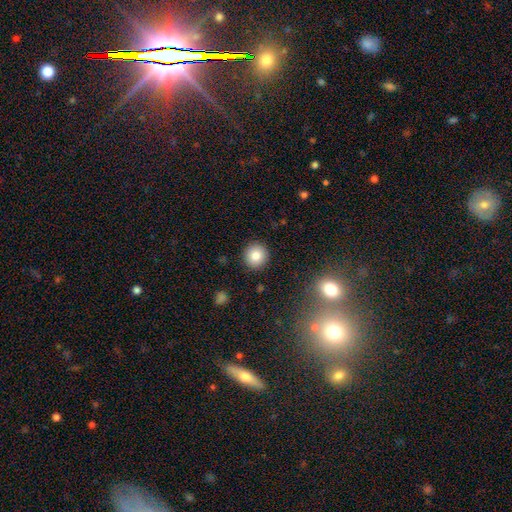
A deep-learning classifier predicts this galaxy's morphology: smooth 83%, star or artifact 10%, featured or disk 7%. Down the decision tree: how rounded — round (92%); merging — none (91%).